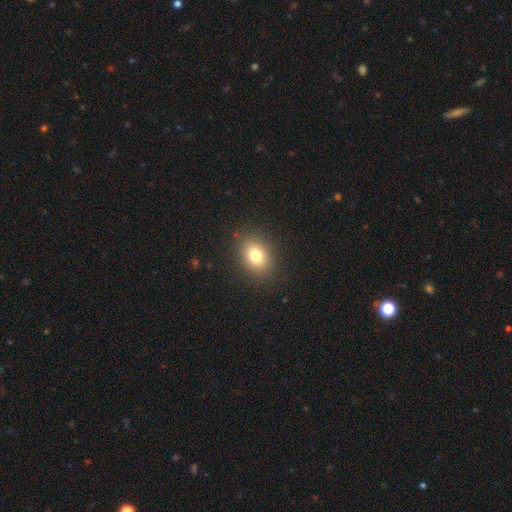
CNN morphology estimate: smooth_or_featured: smooth (p=0.79) [alt: star or artifact p=0.11]
how_rounded: in between (p=0.64) [alt: round p=0.35]
merging: none (p=0.87) [alt: minor disturbance p=0.08]